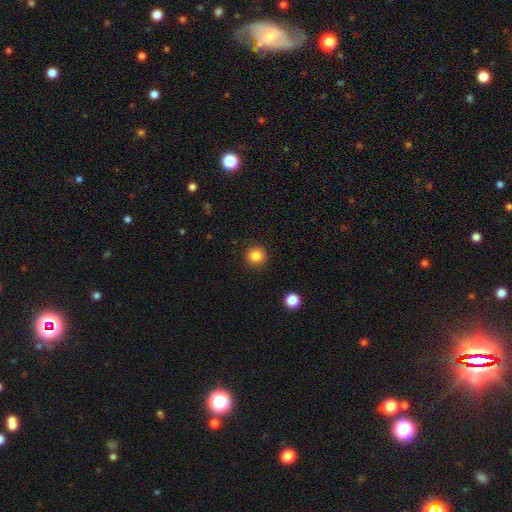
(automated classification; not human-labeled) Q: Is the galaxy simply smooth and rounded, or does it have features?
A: smooth — 85%.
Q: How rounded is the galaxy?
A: round — 93%.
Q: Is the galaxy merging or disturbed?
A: none — 91%.